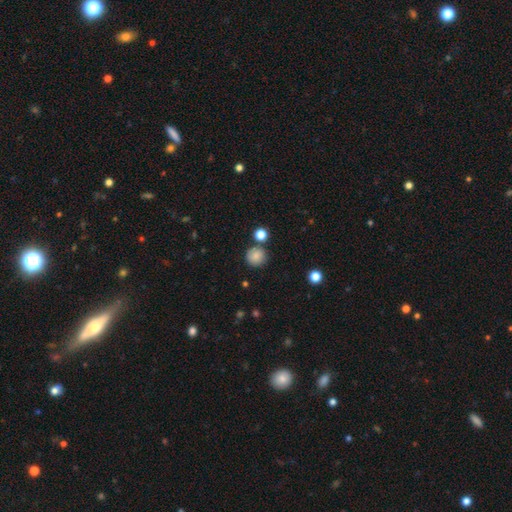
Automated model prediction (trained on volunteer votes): A smooth galaxy with no disk features (85%) that is round (93%). Merging: none (82%).